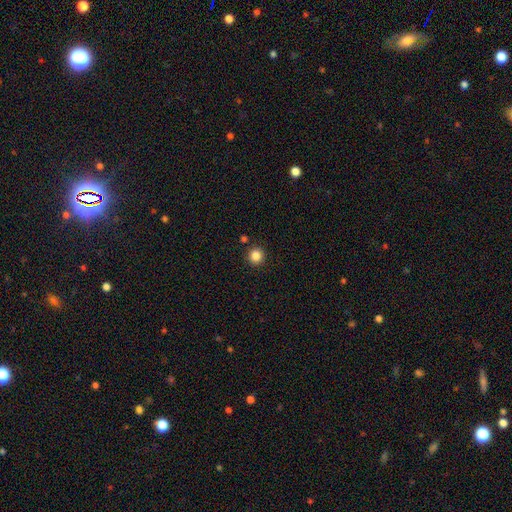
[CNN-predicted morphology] Smooth or featured? smooth (85%)
How rounded? round (95%)
Merging? none (91%)